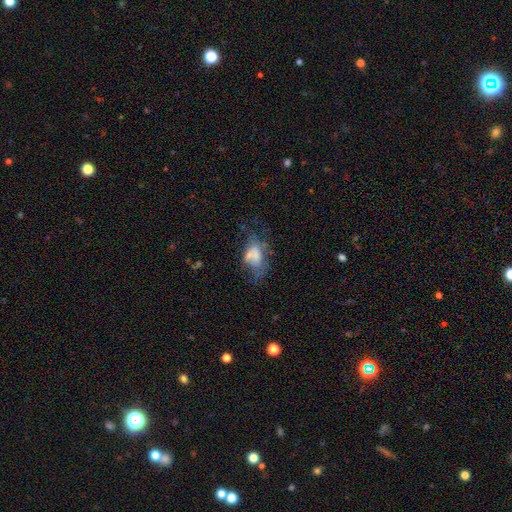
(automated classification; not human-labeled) This appears to be a smooth galaxy with no disk features (47%). Merging: major disturbance (34%).